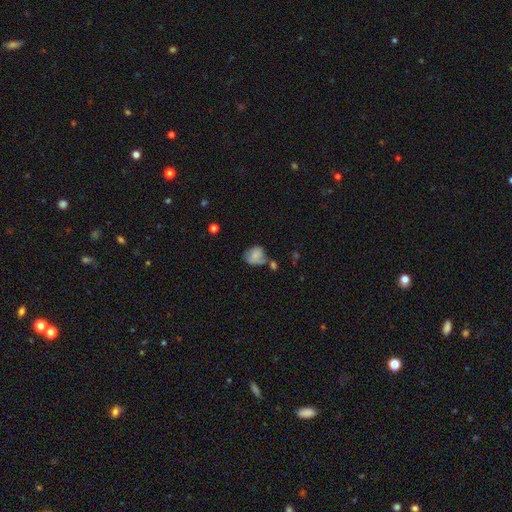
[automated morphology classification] This is likely a smooth galaxy (72%). How rounded: possibly round (60%). Merging: marginally none (39%).